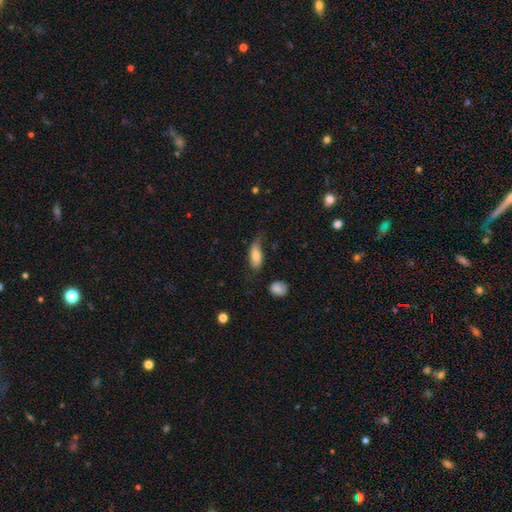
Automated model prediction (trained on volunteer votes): Overall: smooth (67%). How rounded: in between (81%). Merging: none (46%; minor disturbance 34%).